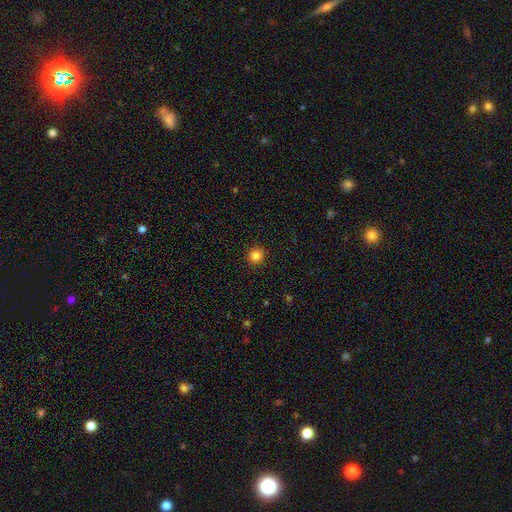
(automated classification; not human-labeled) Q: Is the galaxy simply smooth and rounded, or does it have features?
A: smooth — 84%.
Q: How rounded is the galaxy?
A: round — 93%.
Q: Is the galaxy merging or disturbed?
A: none — 92%.